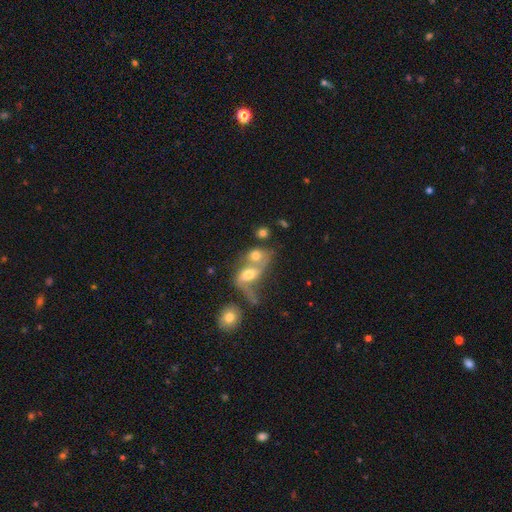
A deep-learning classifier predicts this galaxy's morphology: smooth_or_featured: smooth (p=0.59) [alt: featured or disk p=0.29]
how_rounded: in between (p=0.61) [alt: round p=0.35]
merging: merger (p=0.69) [alt: none p=0.15]